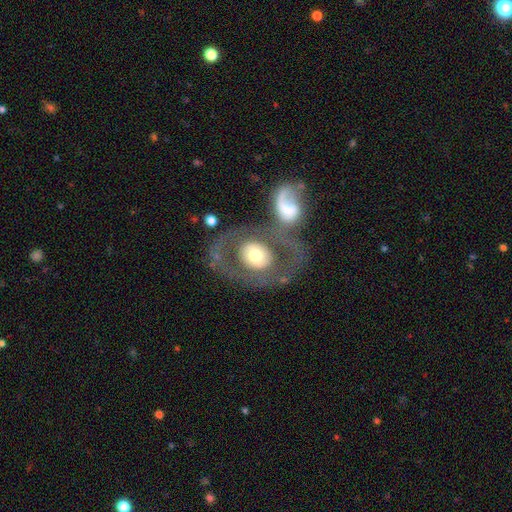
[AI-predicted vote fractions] Q: Smooth or featured?
A: featured or disk (52%); runner-up: smooth (41%)
Q: Edge-on disk?
A: no (94%); runner-up: yes (6%)
Q: Merging?
A: none (53%); runner-up: merger (21%)